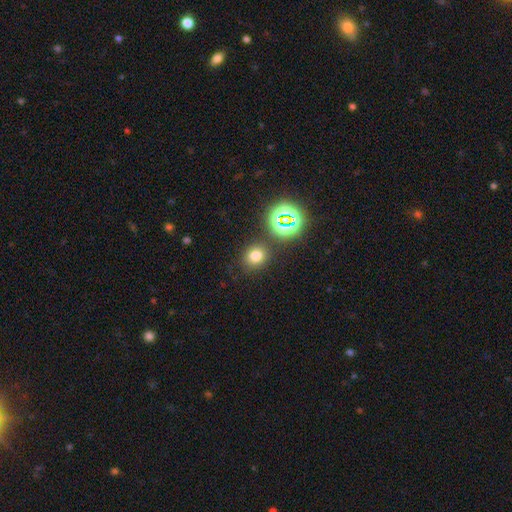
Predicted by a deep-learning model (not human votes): The model was most divided on "how rounded": round: 74%, in between: 25%, cigar-shaped: 1%. More confident: merging — none (81%); smooth or featured — smooth (71%).